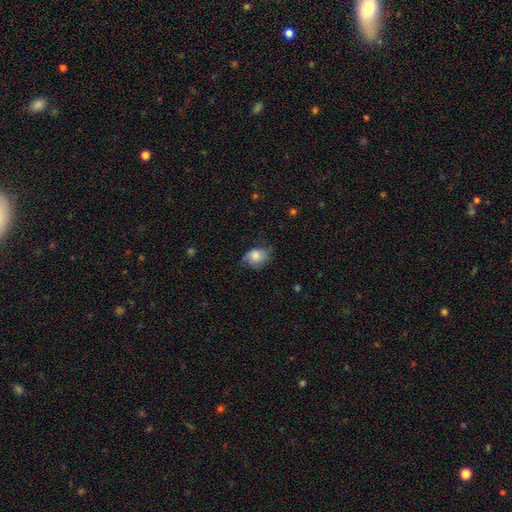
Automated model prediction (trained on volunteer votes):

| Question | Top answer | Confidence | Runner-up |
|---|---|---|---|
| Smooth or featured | smooth | 73% | featured or disk (19%) |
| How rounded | in between | 61% | round (38%) |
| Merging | none | 55% | minor disturbance (33%) |